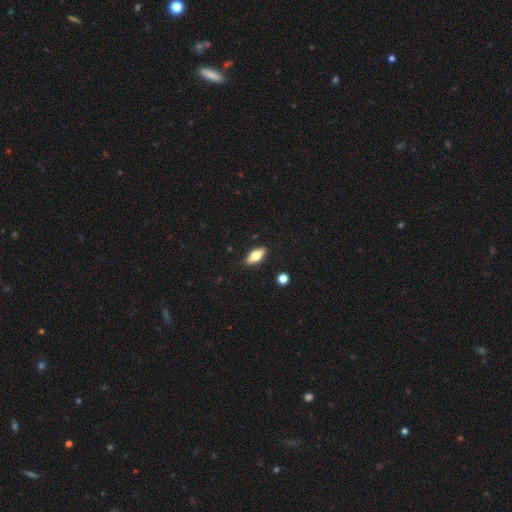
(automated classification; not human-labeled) Q: Smooth or featured?
A: smooth (68%); runner-up: featured or disk (25%)
Q: How rounded?
A: in between (80%); runner-up: cigar-shaped (16%)
Q: Merging?
A: none (89%); runner-up: minor disturbance (8%)